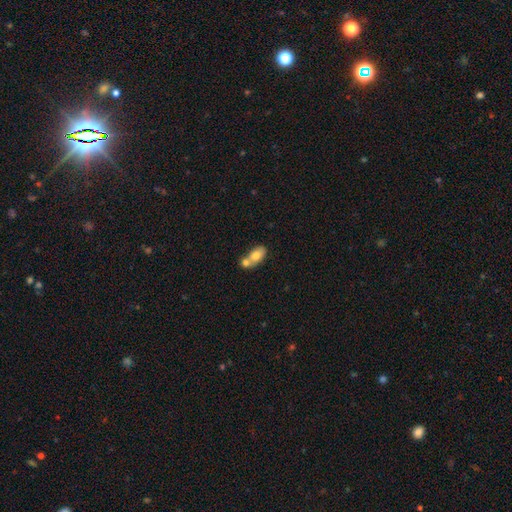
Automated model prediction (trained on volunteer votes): A smooth galaxy with no disk features (72%) that is in between round and cigar-shaped (83%). Merging: merger (63%).